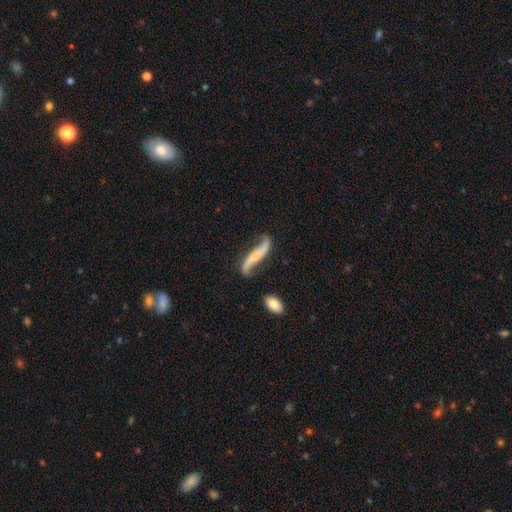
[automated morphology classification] Smooth or featured?
  - featured or disk: 81% *
  - smooth: 13%
  - star or artifact: 5%
Edge-on disk?
  - no: 77% *
  - yes: 23%
Bar?
  - no: 47% *
  - strong: 27%
  - weak: 26%
Spiral arms?
  - yes: 93% *
  - no: 7%
Spiral winding?
  - loose: 92% *
  - medium: 5%
  - tight: 3%
Spiral arm count?
  - 2: 92% *
  - 1: 3%
  - can't tell: 2%
  - 3: 1%
  - 4: 1%
  - more than 4: 1%
Bulge size?
  - small: 59% *
  - moderate: 22%
  - none: 16%
  - large: 2%
  - dominant: 2%
Merging?
  - none: 66% *
  - minor disturbance: 20%
  - major disturbance: 9%
  - merger: 5%